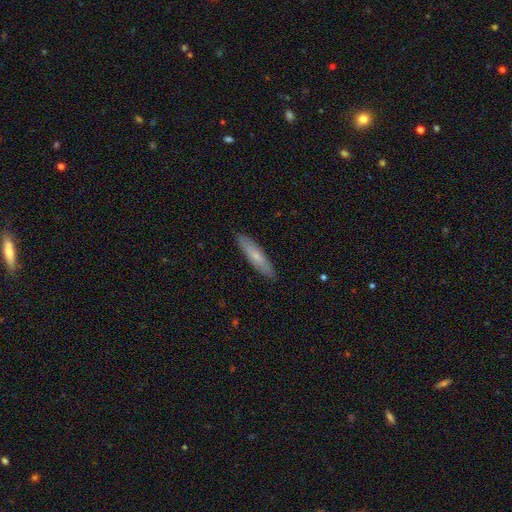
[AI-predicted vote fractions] Q: Smooth or featured?
A: smooth (65%); runner-up: featured or disk (29%)
Q: How rounded?
A: cigar-shaped (82%); runner-up: in between (17%)
Q: Merging?
A: none (89%); runner-up: minor disturbance (8%)